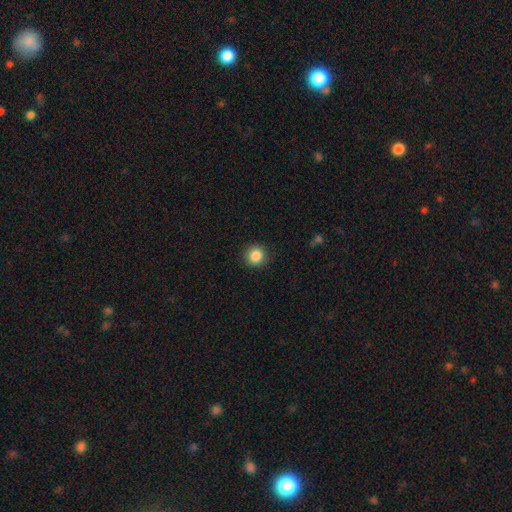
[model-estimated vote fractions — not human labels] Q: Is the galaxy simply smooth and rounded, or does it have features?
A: smooth — 87%.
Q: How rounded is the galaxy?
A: round — 92%.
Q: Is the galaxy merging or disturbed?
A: none — 90%.